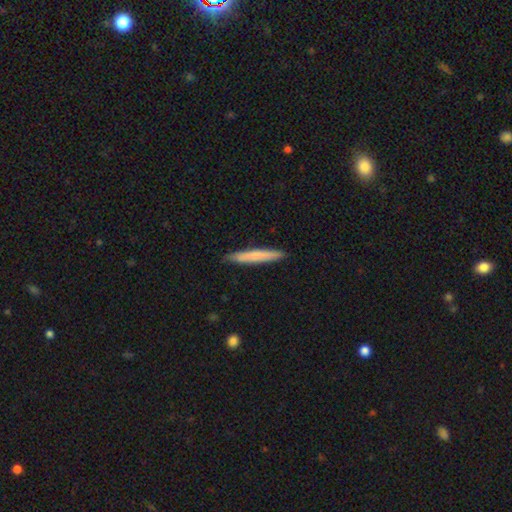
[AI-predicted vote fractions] smooth-or-featured: smooth: 70% | featured or disk: 25% | star or artifact: 5%
  how-rounded: cigar-shaped: 95% | in between: 3% | round: 1%
  merging: none: 90% | minor disturbance: 7% | major disturbance: 1% | merger: 1%